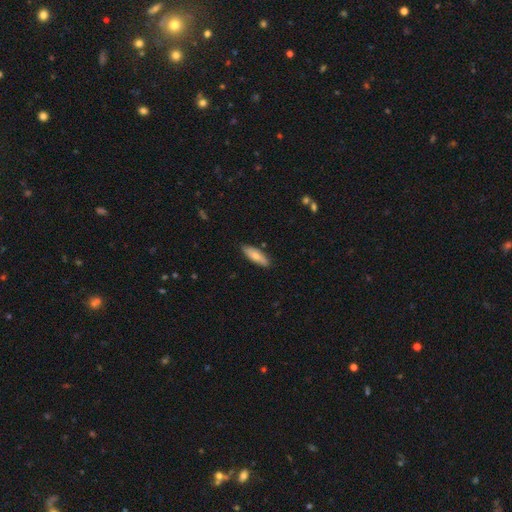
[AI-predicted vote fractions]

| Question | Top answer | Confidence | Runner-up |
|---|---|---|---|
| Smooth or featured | smooth | 71% | featured or disk (23%) |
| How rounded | in between | 63% | cigar-shaped (34%) |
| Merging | none | 84% | minor disturbance (13%) |